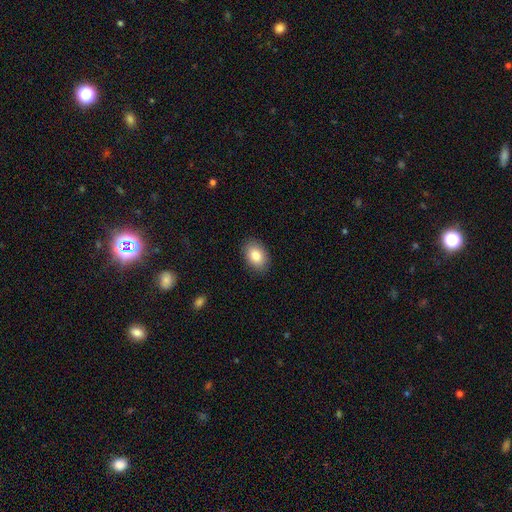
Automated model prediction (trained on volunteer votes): The model was most divided on "how rounded": in between: 85%, round: 14%, cigar-shaped: 1%. More confident: merging — none (88%); smooth or featured — smooth (84%).